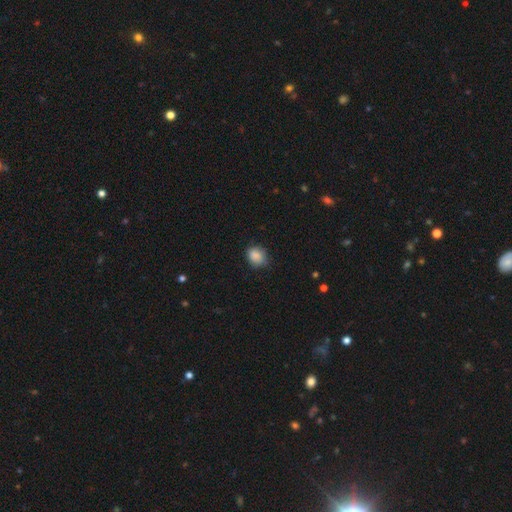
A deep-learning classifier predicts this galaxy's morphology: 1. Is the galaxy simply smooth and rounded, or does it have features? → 86% smooth, 9% star or artifact, 6% featured or disk.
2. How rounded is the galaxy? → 64% round, 35% in between, 1% cigar-shaped.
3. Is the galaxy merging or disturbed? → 70% none, 24% minor disturbance, 5% major disturbance, 1% merger.